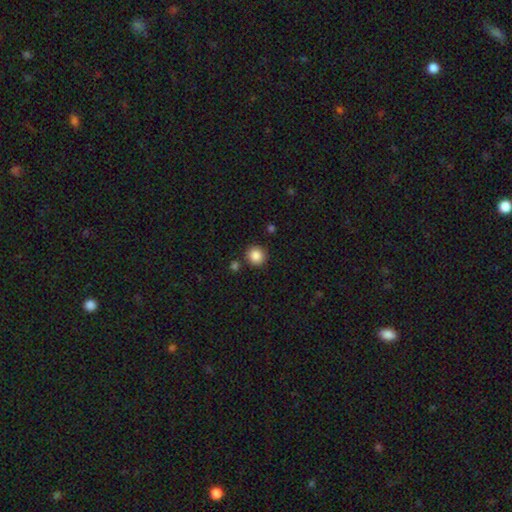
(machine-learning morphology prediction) smooth_or_featured: smooth (p=0.86) [alt: star or artifact p=0.10]
how_rounded: round (p=0.93) [alt: in between p=0.06]
merging: none (p=0.87) [alt: minor disturbance p=0.07]